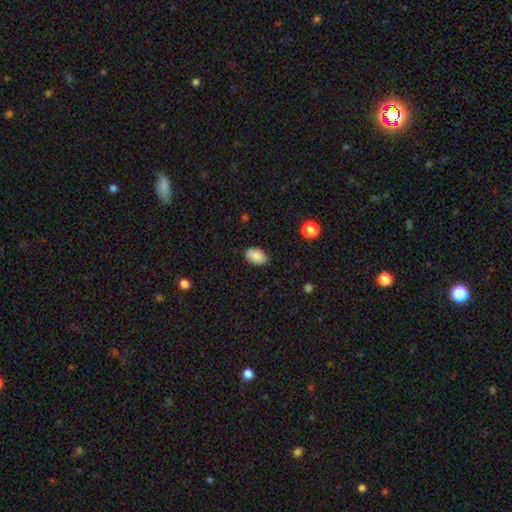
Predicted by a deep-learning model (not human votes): Smooth or featured: smooth — 88% (star or artifact — 7%)
How rounded: in between — 90% (round — 9%)
Merging: none — 82% (minor disturbance — 14%)